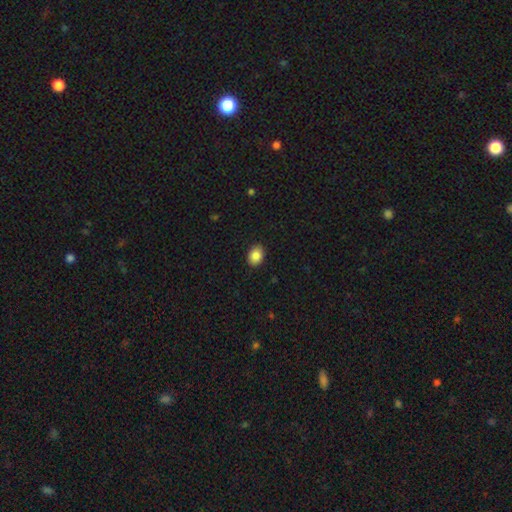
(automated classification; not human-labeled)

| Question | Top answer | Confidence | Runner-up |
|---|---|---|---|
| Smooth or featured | smooth | 88% | star or artifact (8%) |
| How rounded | in between | 66% | round (33%) |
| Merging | none | 89% | minor disturbance (8%) |